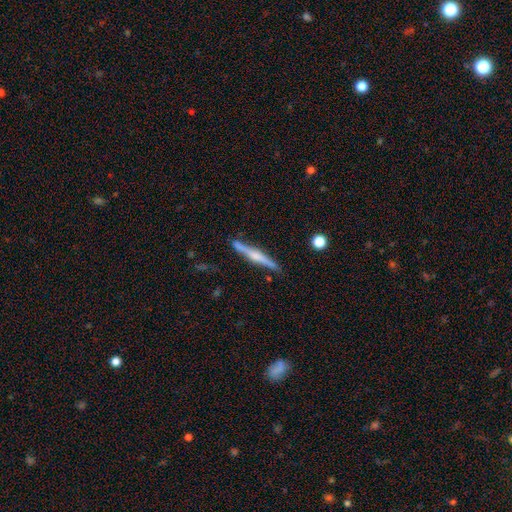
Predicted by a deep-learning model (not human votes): A featured or disk galaxy (65%) viewed edge-on (98%) with a rounded central bulge (68%).

Vote fractions:
- Smooth or featured? featured or disk: 65% / smooth: 29% / star or artifact: 6%
- Edge-on disk? yes: 98% / no: 2%
- Edge-on bulge? rounded: 68% / boxy: 17% / none: 16%
- Merging? none: 86% / minor disturbance: 10% / merger: 2% / major disturbance: 2%